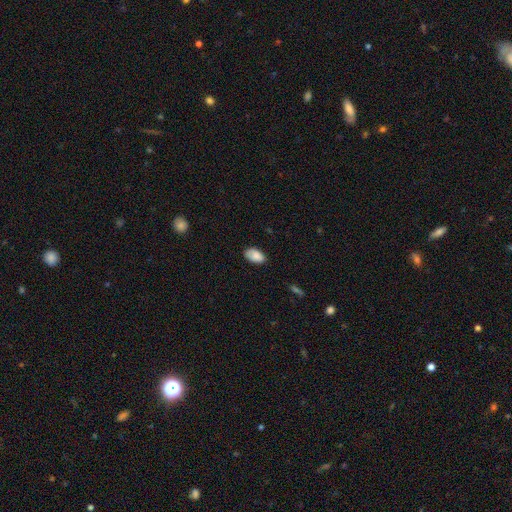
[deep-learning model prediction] Smooth or featured: smooth — 86% (featured or disk — 7%)
How rounded: in between — 94% (round — 5%)
Merging: none — 76% (minor disturbance — 19%)